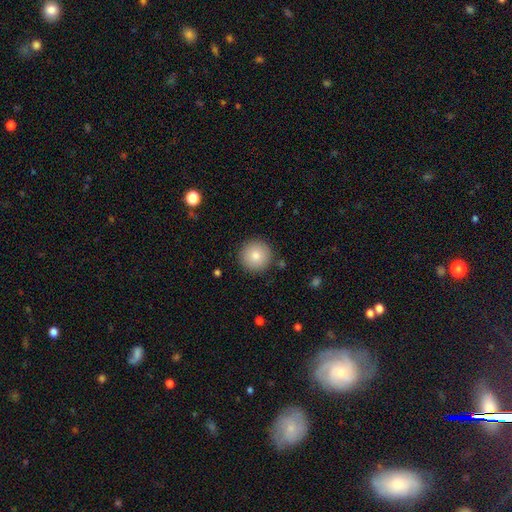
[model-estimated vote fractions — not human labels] Overall: smooth (83%). How rounded: round (96%). Merging: none (90%).